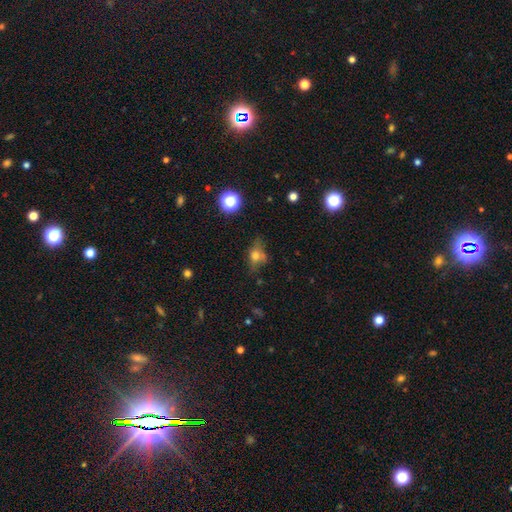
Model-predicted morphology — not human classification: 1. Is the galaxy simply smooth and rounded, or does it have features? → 60% smooth, 22% featured or disk, 18% star or artifact.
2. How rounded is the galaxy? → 56% in between, 39% round, 5% cigar-shaped.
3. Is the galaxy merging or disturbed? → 51% none, 27% minor disturbance, 16% major disturbance, 6% merger.